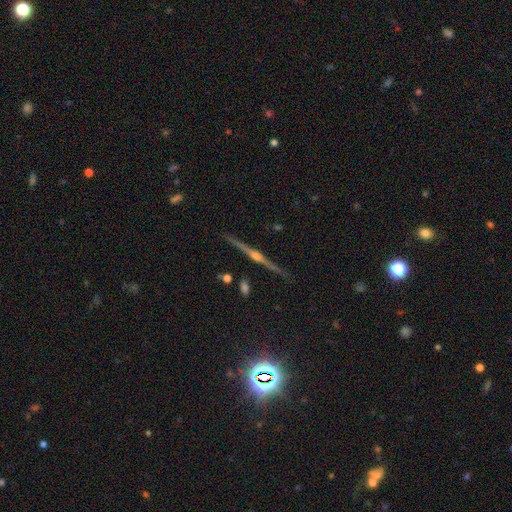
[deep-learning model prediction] Smooth or featured? featured or disk (85%)
Edge-on disk? yes (98%)
Edge-on bulge? rounded (91%)
Merging? none (92%)